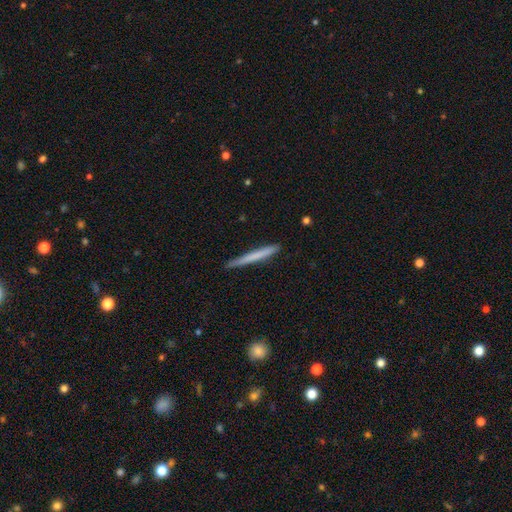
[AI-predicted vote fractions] Smooth or featured: smooth — 62% (featured or disk — 32%)
How rounded: cigar-shaped — 97% (in between — 2%)
Merging: none — 86% (minor disturbance — 11%)